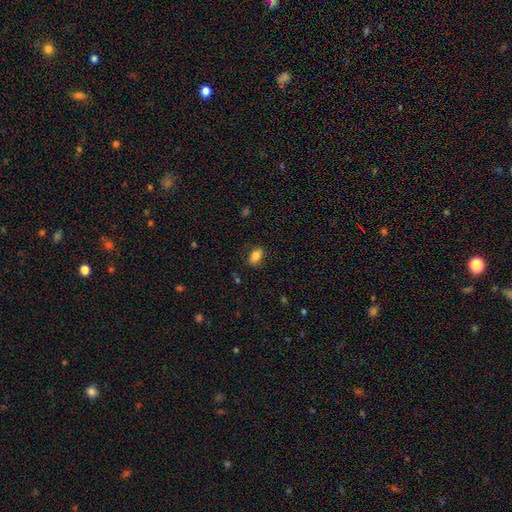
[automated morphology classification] This is clearly a smooth galaxy (82%). How rounded: clearly in between (87%). Merging: clearly none (83%).